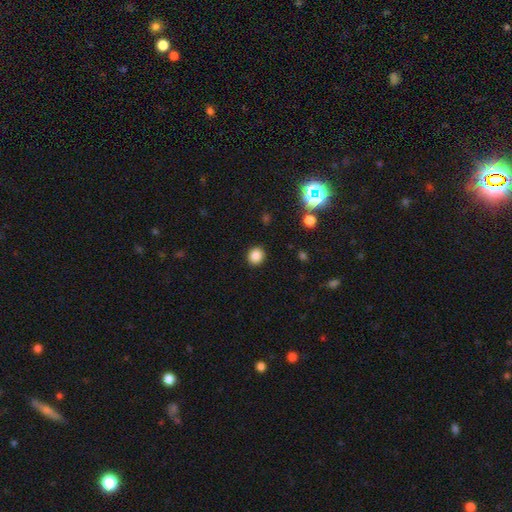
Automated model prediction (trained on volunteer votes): smooth-or-featured: smooth: 85% | star or artifact: 12% | featured or disk: 4%
  how-rounded: round: 83% | in between: 16% | cigar-shaped: 1%
  merging: none: 91% | minor disturbance: 6% | major disturbance: 2% | merger: 1%